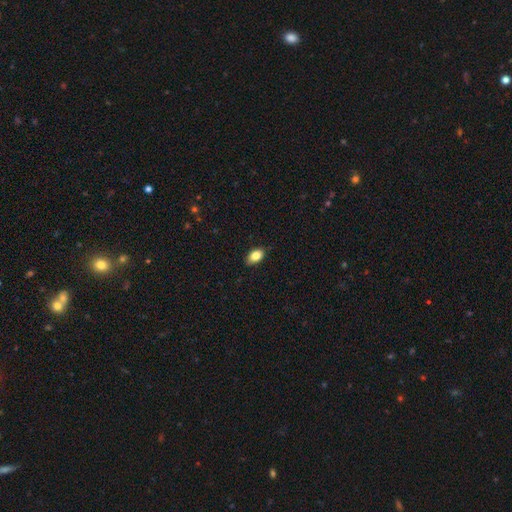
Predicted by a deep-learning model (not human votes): This appears to be a smooth galaxy with no disk features (85%) that is in between round and cigar-shaped (89%). Merging: none (84%).